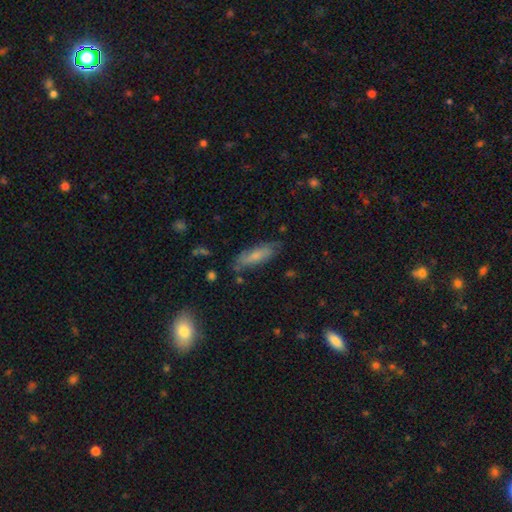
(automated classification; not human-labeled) Morphology: type=smooth (68%); roundness=in between (50%); merging=none (74%).